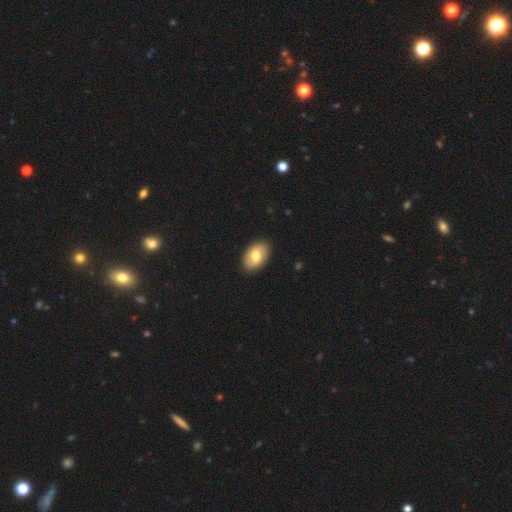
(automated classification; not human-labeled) Q: Smooth or featured?
A: smooth (73%); runner-up: featured or disk (21%)
Q: How rounded?
A: in between (89%); runner-up: round (9%)
Q: Merging?
A: none (89%); runner-up: minor disturbance (8%)